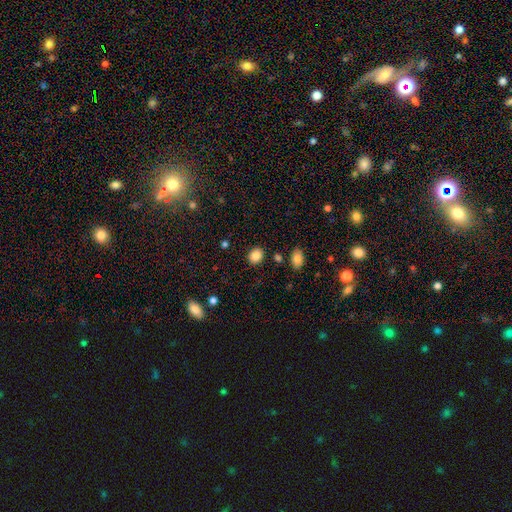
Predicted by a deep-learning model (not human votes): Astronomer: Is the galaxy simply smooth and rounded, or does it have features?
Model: smooth — 85%.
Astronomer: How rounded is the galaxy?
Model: round — 57% (runner-up: in between, 42%).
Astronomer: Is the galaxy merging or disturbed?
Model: none — 87%.